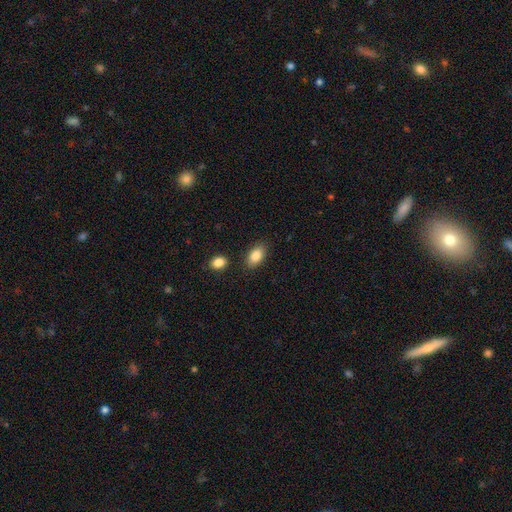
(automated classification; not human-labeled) Smooth or featured?
  - smooth: 86% *
  - star or artifact: 7%
  - featured or disk: 6%
How rounded?
  - in between: 92% *
  - round: 6%
  - cigar-shaped: 2%
Merging?
  - none: 83% *
  - minor disturbance: 10%
  - merger: 4%
  - major disturbance: 3%